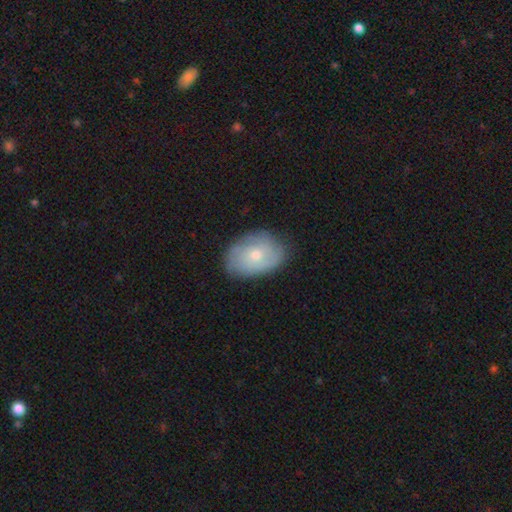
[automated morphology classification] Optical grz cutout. It shows a featured or disk galaxy (50%). Merging: none (77%).